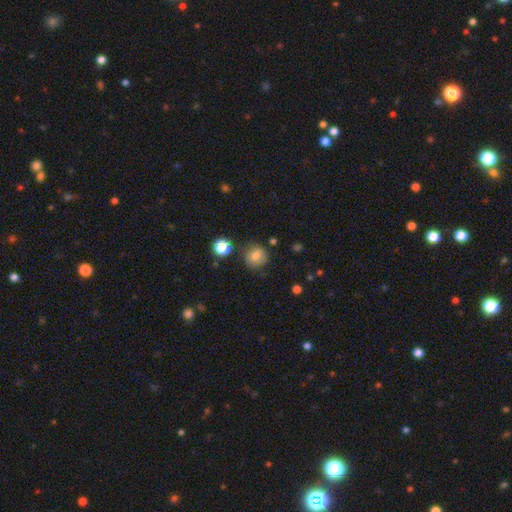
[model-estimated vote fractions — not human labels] Smooth or featured? Predicted: smooth (p=0.80). How rounded? Predicted: round (p=0.89). Merging? Predicted: none (p=0.81).